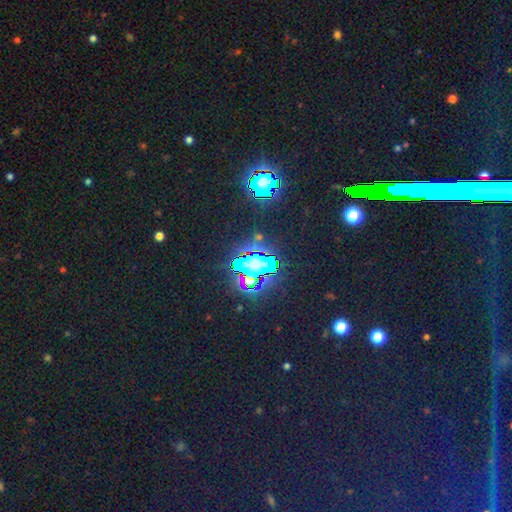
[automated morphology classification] smooth-or-featured: star or artifact: 80% | smooth: 12% | featured or disk: 8%